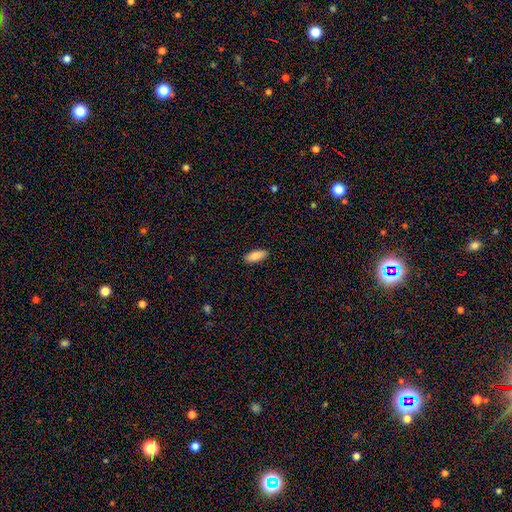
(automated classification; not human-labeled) Morphology: type=smooth (88%); roundness=in between (78%); merging=none (89%).